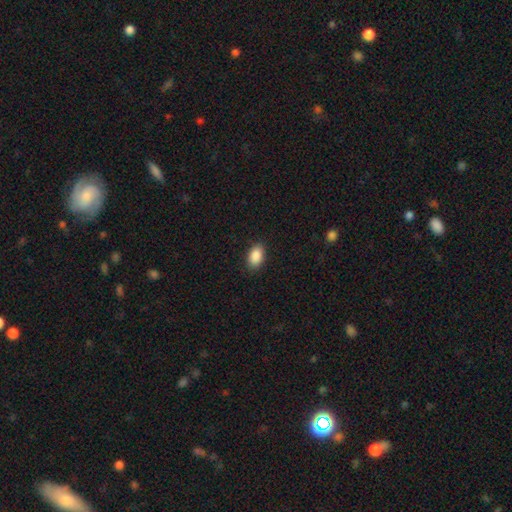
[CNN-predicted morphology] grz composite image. It shows a smooth galaxy with no disk features (89%) that is in between round and cigar-shaped (92%). Merging: none (88%).